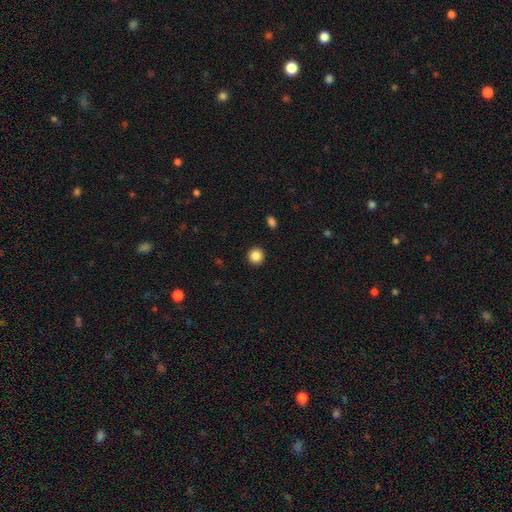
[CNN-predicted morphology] Smooth or featured: smooth — 86% (star or artifact — 10%)
How rounded: round — 94% (in between — 6%)
Merging: none — 93% (minor disturbance — 5%)